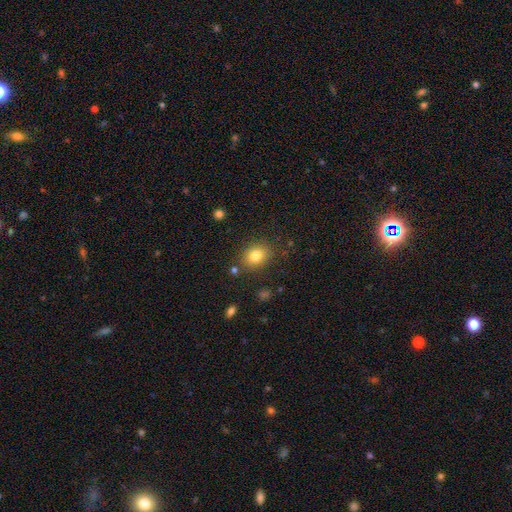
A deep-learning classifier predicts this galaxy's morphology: smooth 81%, star or artifact 11%, featured or disk 8%. Down the decision tree: how rounded — round (51%); merging — none (82%).